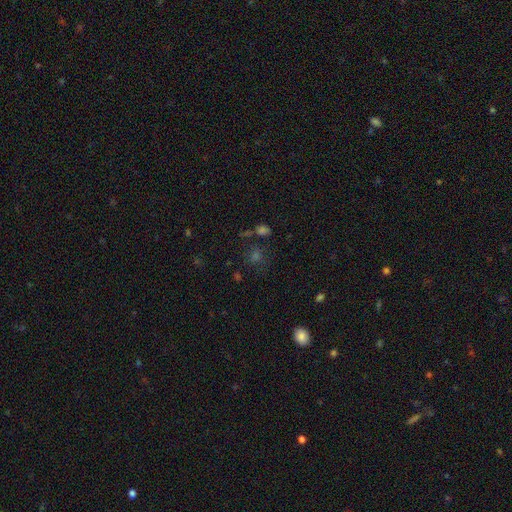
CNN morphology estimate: Smooth or featured? Predicted: star or artifact (p=0.43, tied with smooth).